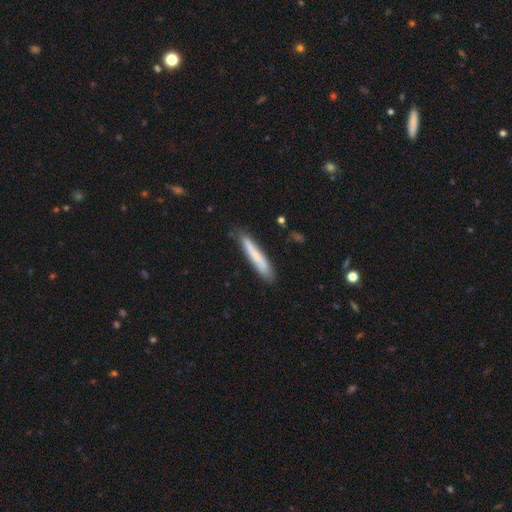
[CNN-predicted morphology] type=smooth (75%); roundness=cigar-shaped (94%); merging=none (81%).